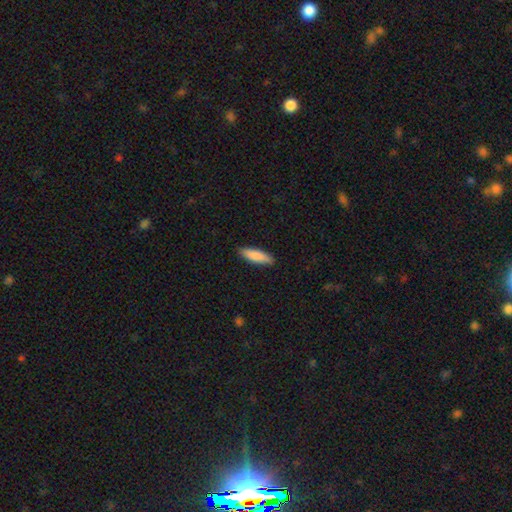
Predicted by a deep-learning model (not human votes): Overall: smooth (87%). How rounded: cigar-shaped (55%; in between 44%). Merging: none (89%).